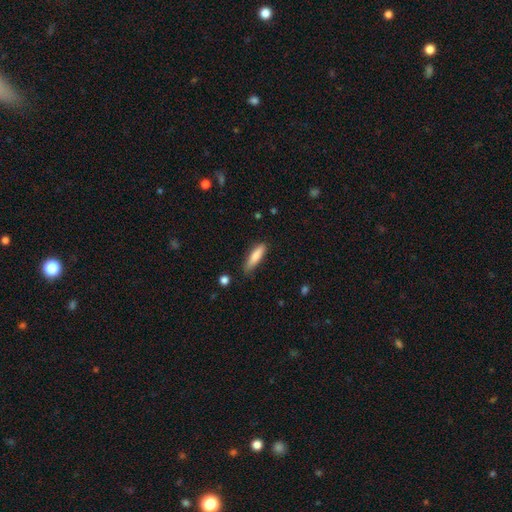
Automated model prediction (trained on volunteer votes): This is clearly a smooth galaxy (82%). How rounded: likely cigar-shaped (67%). Merging: likely none (75%).